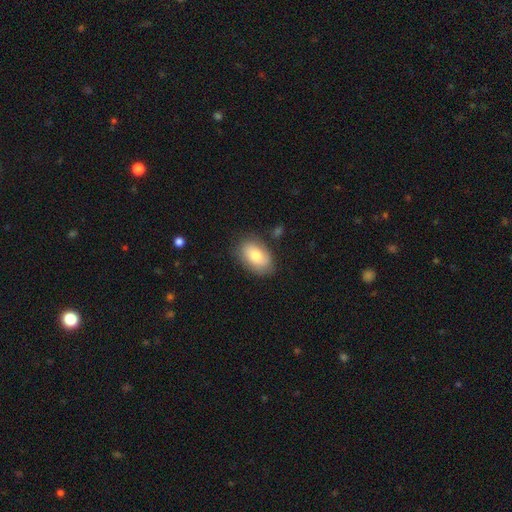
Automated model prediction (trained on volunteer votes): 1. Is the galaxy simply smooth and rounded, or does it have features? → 77% smooth, 17% featured or disk, 7% star or artifact.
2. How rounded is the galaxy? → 89% in between, 10% round, 1% cigar-shaped.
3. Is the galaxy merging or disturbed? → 79% none, 15% minor disturbance, 4% major disturbance, 2% merger.